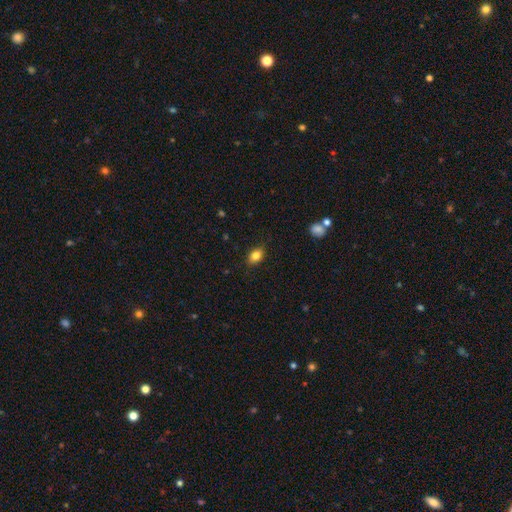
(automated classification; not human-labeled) smooth-or-featured: smooth: 83% | star or artifact: 9% | featured or disk: 8%
  how-rounded: in between: 80% | round: 18% | cigar-shaped: 2%
  merging: none: 84% | minor disturbance: 13% | major disturbance: 2% | merger: 1%